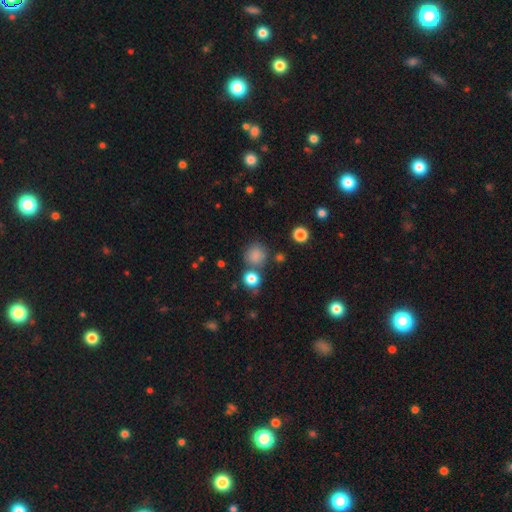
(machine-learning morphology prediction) This is clearly a smooth galaxy (82%). How rounded: clearly round (88%). Merging: likely none (70%).